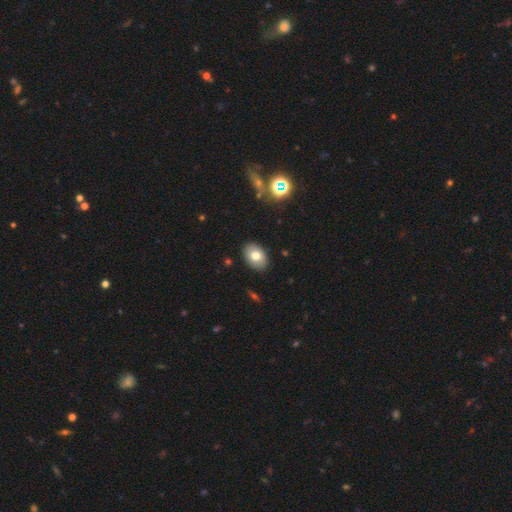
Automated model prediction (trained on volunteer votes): Smooth or featured? Predicted: smooth (p=0.75). How rounded? Predicted: in between (p=0.82). Merging? Predicted: none (p=0.89).